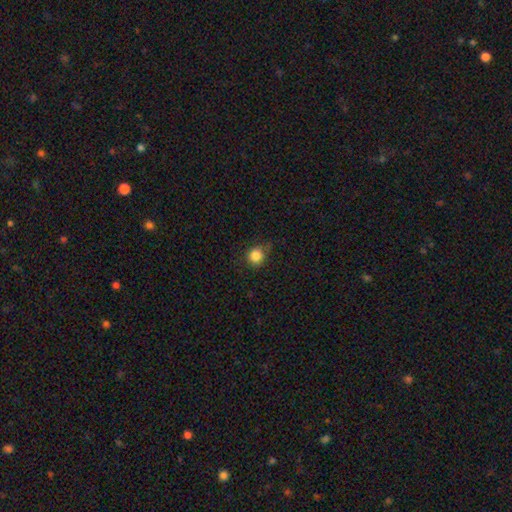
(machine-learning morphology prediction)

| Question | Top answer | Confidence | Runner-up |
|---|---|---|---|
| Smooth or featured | smooth | 85% | star or artifact (11%) |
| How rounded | round | 89% | in between (10%) |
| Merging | none | 73% | minor disturbance (21%) |